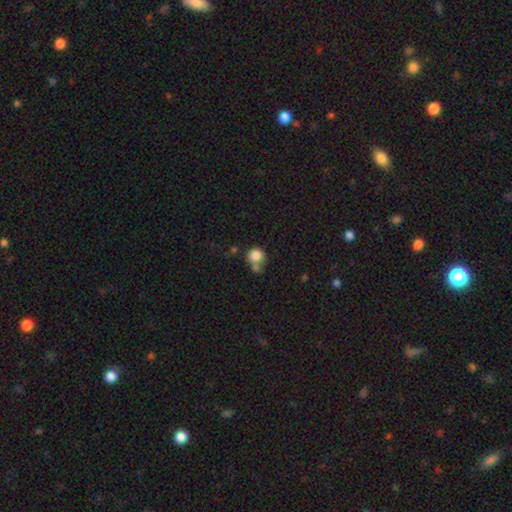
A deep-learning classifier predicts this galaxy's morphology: smooth-or-featured: smooth: 83% | star or artifact: 10% | featured or disk: 7%
  how-rounded: round: 87% | in between: 12% | cigar-shaped: 1%
  merging: none: 51% | merger: 32% | minor disturbance: 12% | major disturbance: 5%